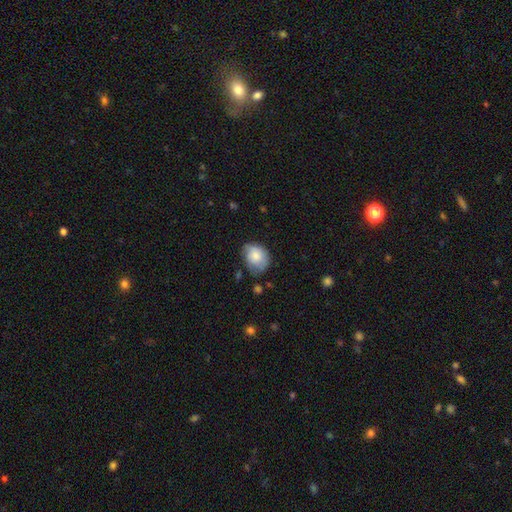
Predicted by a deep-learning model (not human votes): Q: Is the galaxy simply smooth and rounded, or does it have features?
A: smooth — 72%.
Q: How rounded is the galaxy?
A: in between — 52%.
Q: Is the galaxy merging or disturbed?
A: none — 54%.